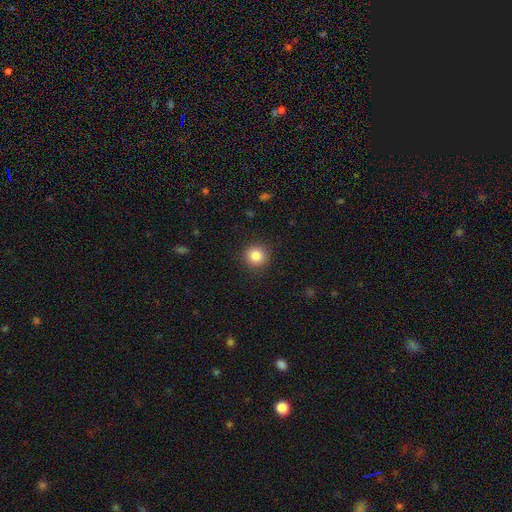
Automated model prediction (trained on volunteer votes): Smooth or featured? smooth (85%)
How rounded? round (94%)
Merging? none (91%)